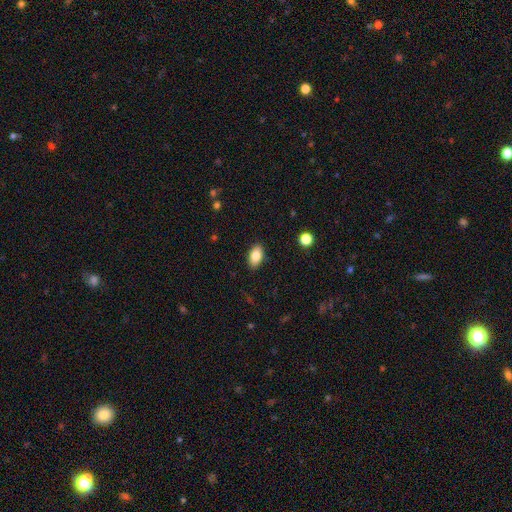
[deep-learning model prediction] This is clearly a smooth galaxy (82%). How rounded: clearly in between (91%). Merging: clearly none (88%).